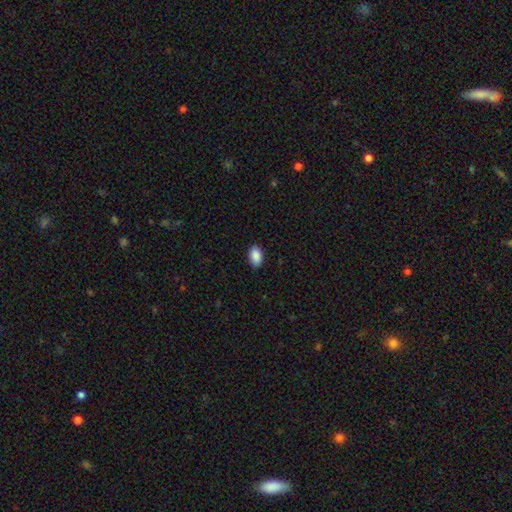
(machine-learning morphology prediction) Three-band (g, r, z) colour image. It shows a smooth galaxy with no disk features (90%) that is in between round and cigar-shaped (92%). Merging: none (88%).